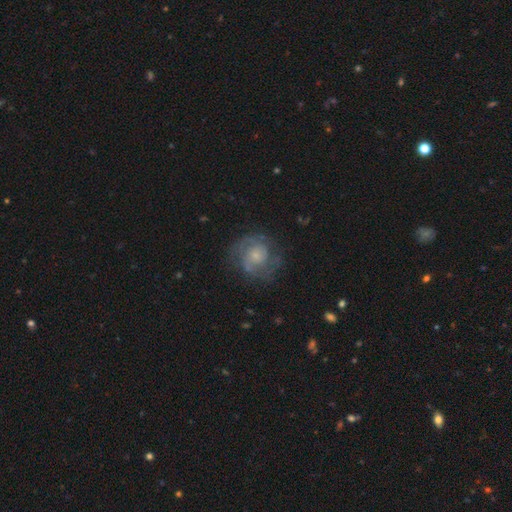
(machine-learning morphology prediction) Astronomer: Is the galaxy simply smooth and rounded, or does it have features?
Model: featured or disk — 73%.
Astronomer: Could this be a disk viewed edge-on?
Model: no — 98%.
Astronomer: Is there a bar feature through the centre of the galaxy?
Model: no — 72%.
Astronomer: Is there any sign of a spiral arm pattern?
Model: yes — 89%.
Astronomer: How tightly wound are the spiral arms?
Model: tight — 45% (runner-up: medium, 42%).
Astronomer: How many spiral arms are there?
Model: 2 — 61%.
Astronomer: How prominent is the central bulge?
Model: small — 57%.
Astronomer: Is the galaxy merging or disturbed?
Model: none — 71%.